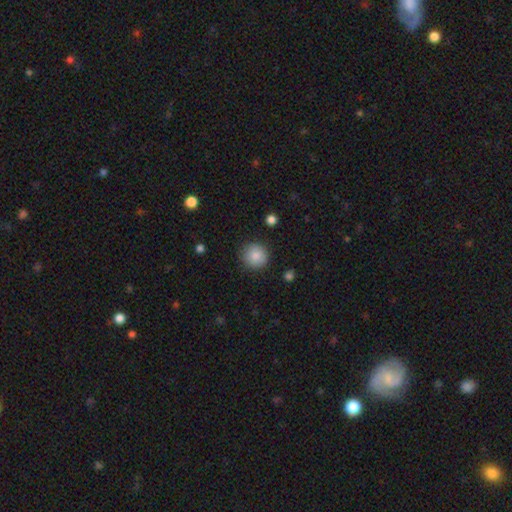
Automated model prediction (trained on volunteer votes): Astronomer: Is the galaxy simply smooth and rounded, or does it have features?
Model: smooth — 87%.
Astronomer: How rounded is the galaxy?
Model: round — 94%.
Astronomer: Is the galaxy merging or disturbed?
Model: none — 88%.